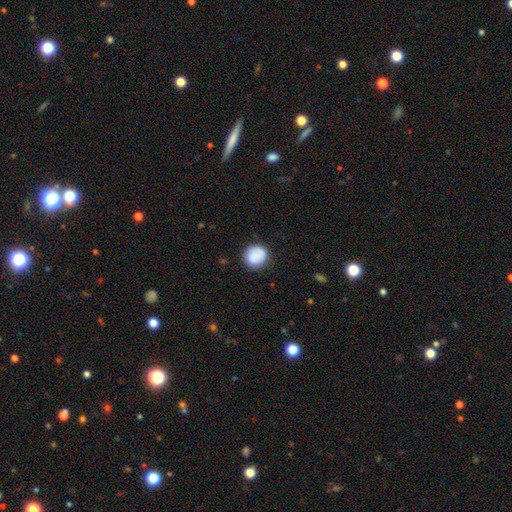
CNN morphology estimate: The model was most divided on "merging": none: 81%, minor disturbance: 13%, major disturbance: 4%, merger: 3%. More confident: how rounded — round (89%); smooth or featured — smooth (85%).